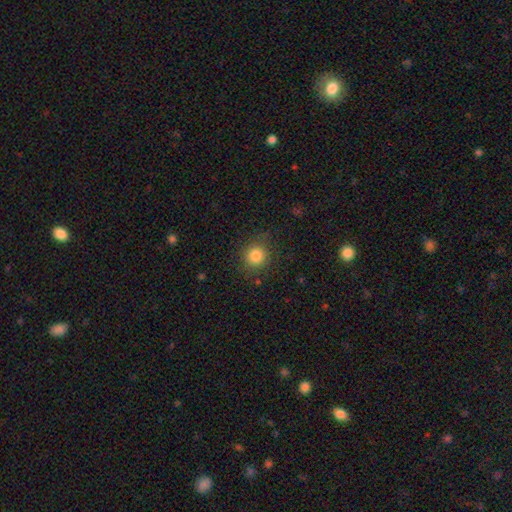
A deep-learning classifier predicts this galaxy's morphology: Overall: smooth (83%). How rounded: round (91%). Merging: none (85%).